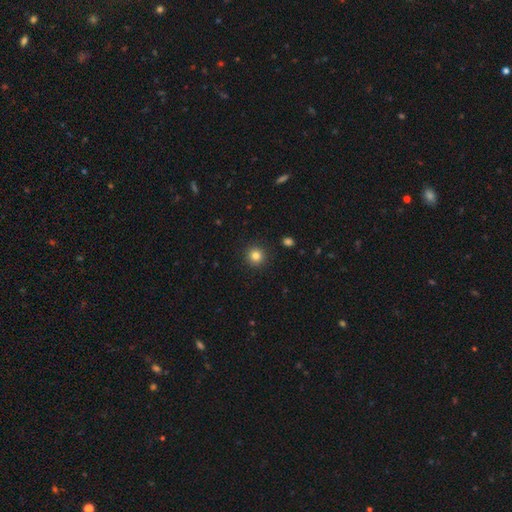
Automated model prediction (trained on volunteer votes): Smooth or featured: smooth — 83% (star or artifact — 12%)
How rounded: round — 93% (in between — 6%)
Merging: none — 92% (minor disturbance — 5%)